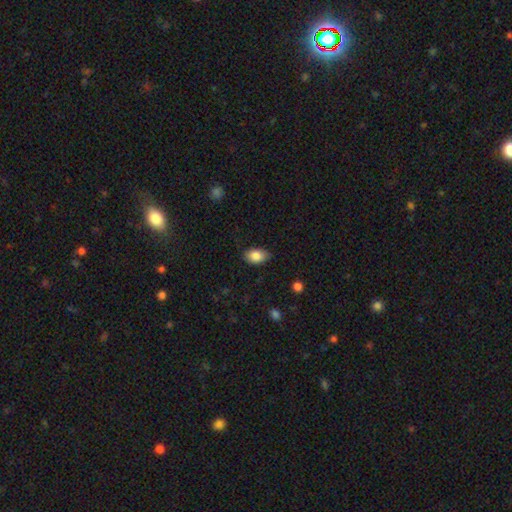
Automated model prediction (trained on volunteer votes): Smooth or featured: smooth — 85% (star or artifact — 8%)
How rounded: in between — 88% (round — 11%)
Merging: none — 79% (minor disturbance — 17%)